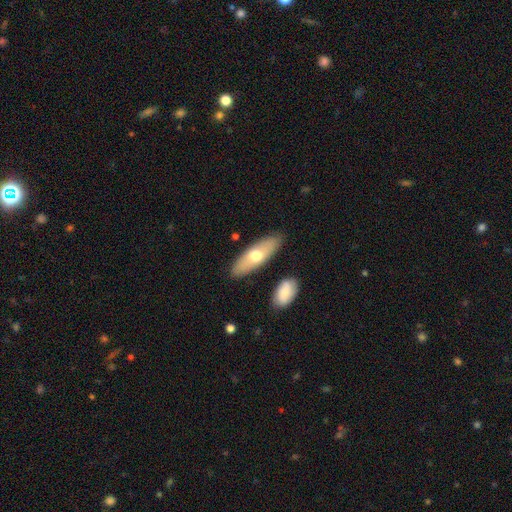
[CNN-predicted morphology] type=smooth (63%); roundness=in between (62%); merging=none (85%).